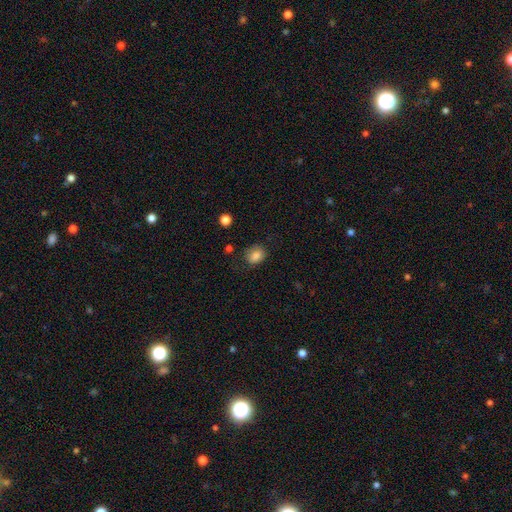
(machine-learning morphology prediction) This is clearly a smooth galaxy (84%). How rounded: possibly round (53%). Merging: likely none (72%).